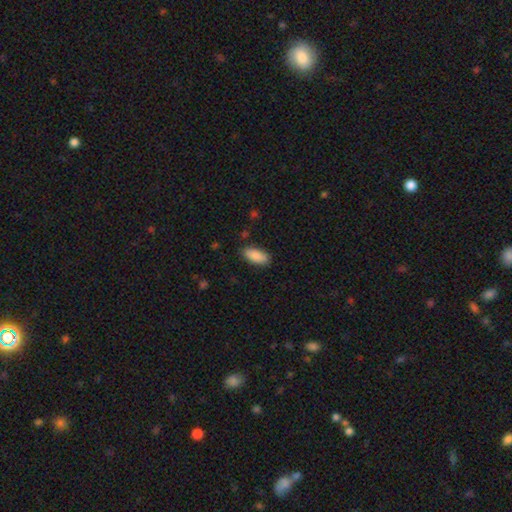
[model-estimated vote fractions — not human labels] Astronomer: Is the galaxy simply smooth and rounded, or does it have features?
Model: smooth — 88%.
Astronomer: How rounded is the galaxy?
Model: in between — 88%.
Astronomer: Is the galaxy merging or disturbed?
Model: none — 86%.